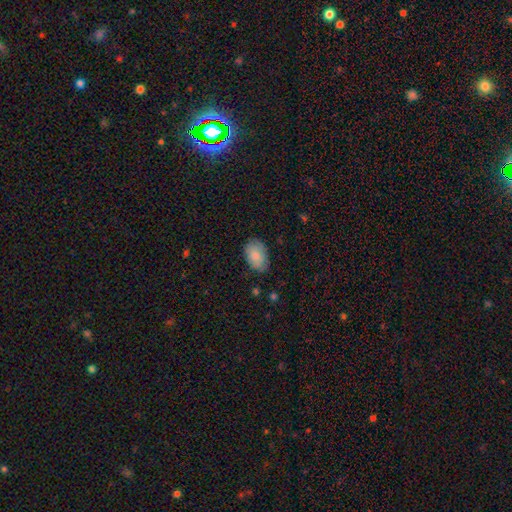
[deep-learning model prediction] Smooth or featured: smooth — 83% (featured or disk — 10%)
How rounded: in between — 90% (round — 9%)
Merging: none — 75% (minor disturbance — 19%)